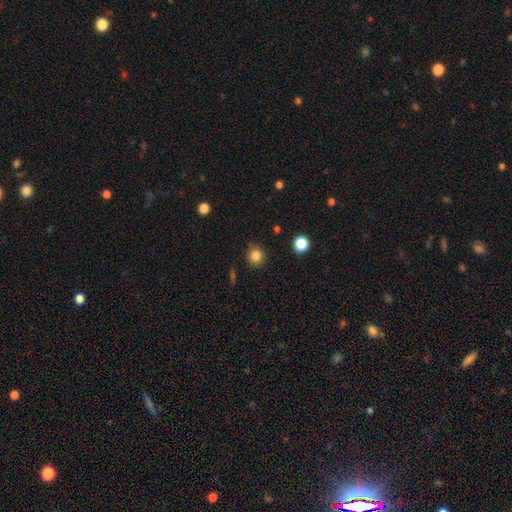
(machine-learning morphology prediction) A smooth galaxy with no disk features (84%) that is round (88%). Merging: none (87%).